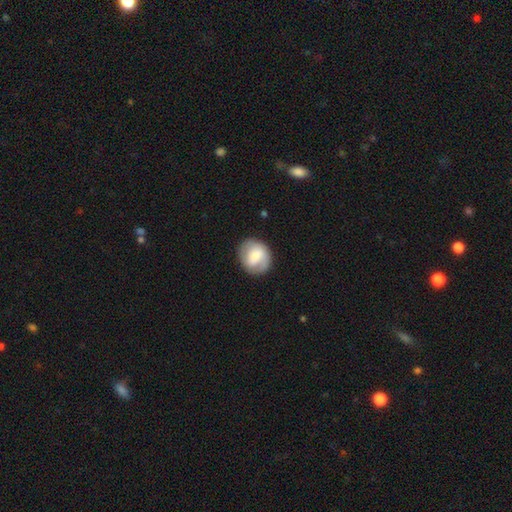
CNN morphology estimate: The model was most divided on "smooth or featured": smooth: 52%, featured or disk: 41%, star or artifact: 7%. More confident: merging — none (80%); how rounded — round (70%).